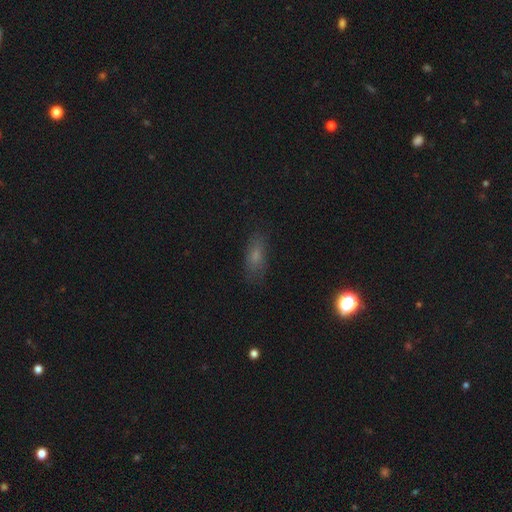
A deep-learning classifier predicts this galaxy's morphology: Smooth or featured: smooth — 67% (featured or disk — 16%)
How rounded: in between — 77% (cigar-shaped — 16%)
Merging: none — 77% (minor disturbance — 16%)